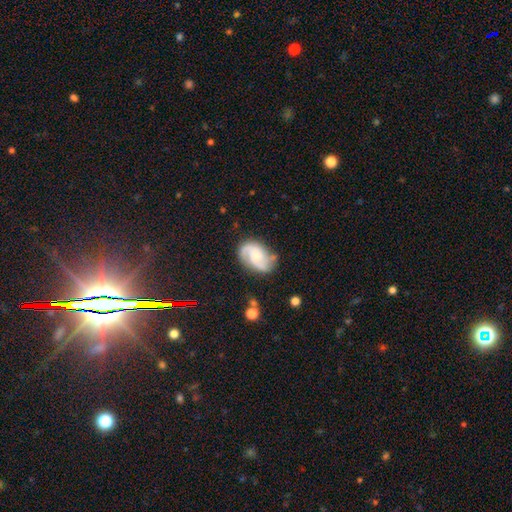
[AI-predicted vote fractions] Smooth or featured? Predicted: featured or disk (p=0.76). Edge-on disk? Predicted: no (p=0.98). Bar? Predicted: no (p=0.62). Spiral arms? Predicted: yes (p=0.95). Spiral winding? Predicted: medium (p=0.48). Spiral arm count? Predicted: 2 (p=0.81). Bulge size? Predicted: small (p=0.51). Merging? Predicted: none (p=0.67).